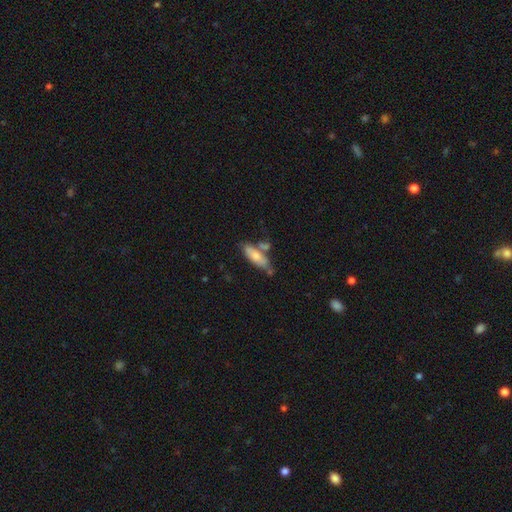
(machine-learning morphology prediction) This is likely a smooth galaxy (71%). How rounded: possibly in between (60%). Merging: possibly none (53%).